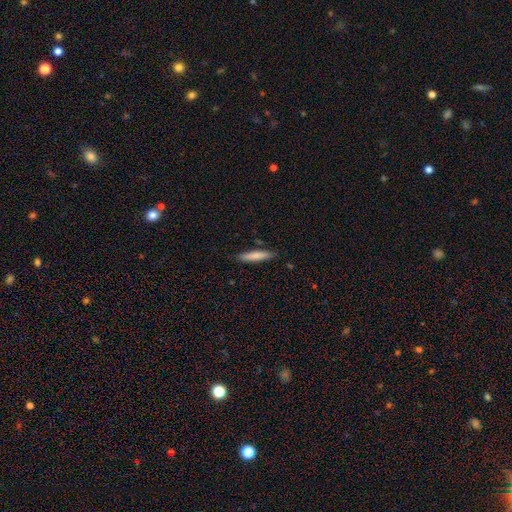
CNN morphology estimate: smooth 79%, featured or disk 16%, star or artifact 6%. Down the decision tree: how rounded — cigar-shaped (88%); merging — none (86%).